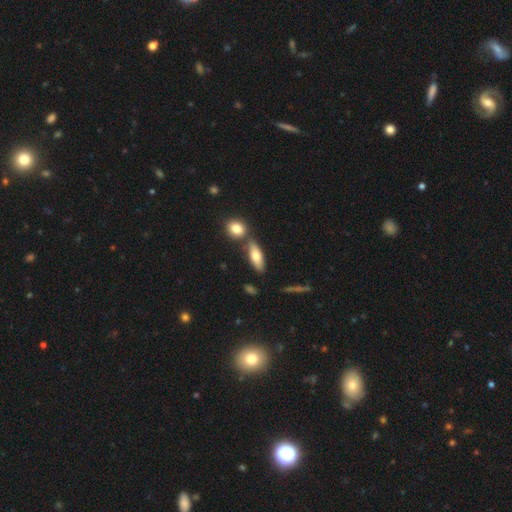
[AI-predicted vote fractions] smooth_or_featured: smooth (p=0.74) [alt: featured or disk p=0.19]
how_rounded: in between (p=0.70) [alt: cigar-shaped p=0.27]
merging: none (p=0.63) [alt: merger p=0.22]